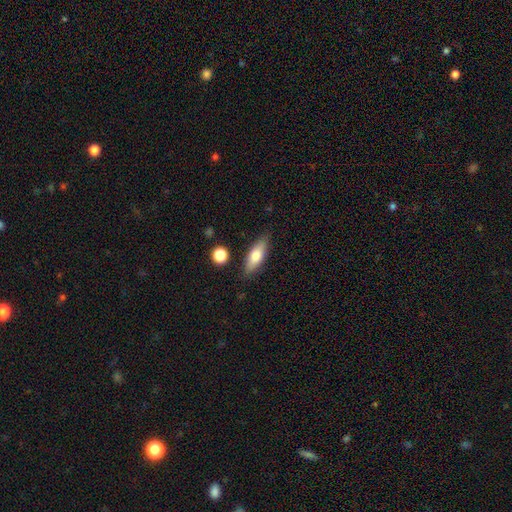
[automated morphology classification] Smooth or featured?
  - smooth: 71% *
  - featured or disk: 22%
  - star or artifact: 7%
How rounded?
  - in between: 61% *
  - cigar-shaped: 36%
  - round: 3%
Merging?
  - none: 82% *
  - minor disturbance: 12%
  - major disturbance: 3%
  - merger: 3%